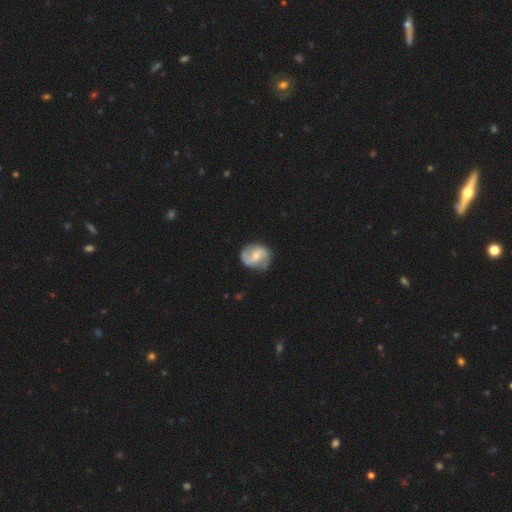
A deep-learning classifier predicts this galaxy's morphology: featured or disk 76%, smooth 19%, star or artifact 5%. Down the decision tree: edge-on disk — no (98%); bar — weak (47%); spiral arms — yes (93%); spiral arm count — 2 (89%); spiral winding — medium (48%); bulge size — small (50%); merging — none (79%).